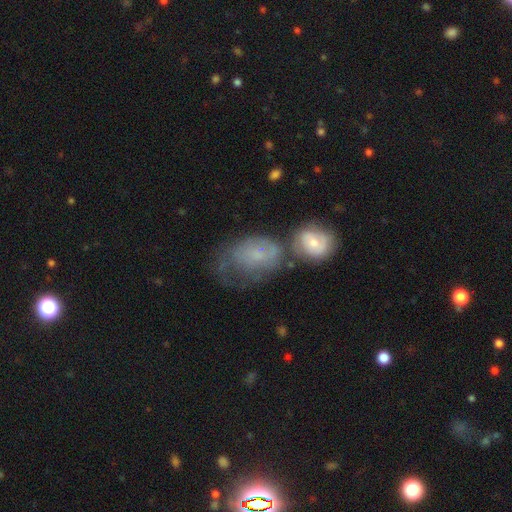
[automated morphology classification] smooth 48%, featured or disk 40%, star or artifact 12%. Down the decision tree: merging — merger (36%).